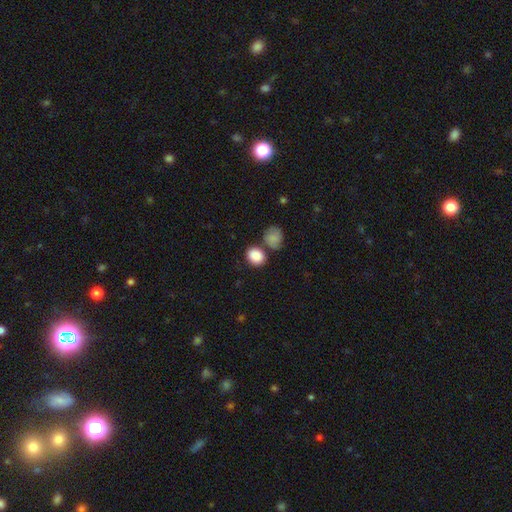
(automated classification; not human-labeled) Q: Smooth or featured?
A: smooth (88%); runner-up: star or artifact (8%)
Q: How rounded?
A: in between (50%); runner-up: round (49%)
Q: Merging?
A: none (61%); runner-up: merger (22%)